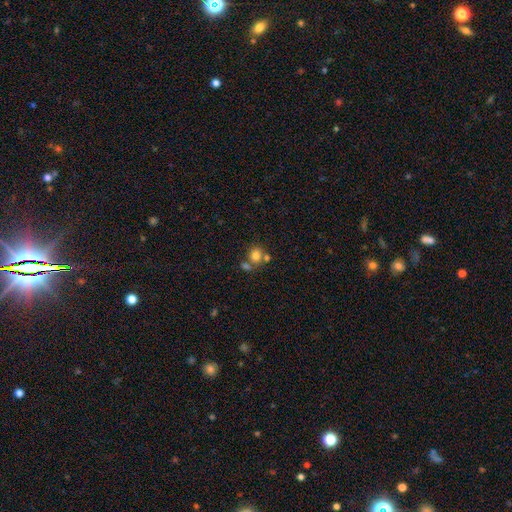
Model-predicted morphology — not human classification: smooth 77%, star or artifact 12%, featured or disk 10%. Down the decision tree: how rounded — round (74%); merging — none (54%).